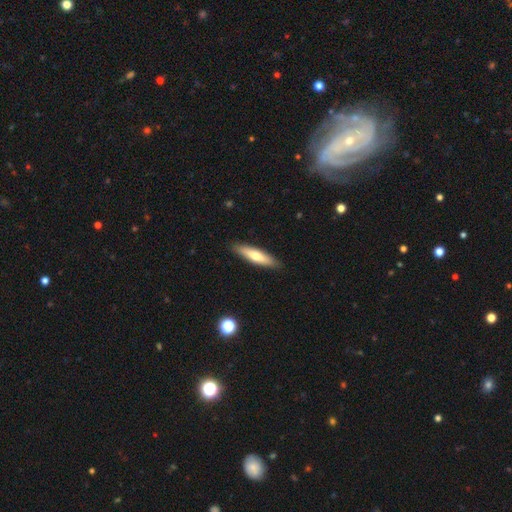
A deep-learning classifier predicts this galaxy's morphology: Smooth or featured: smooth — 63% (featured or disk — 31%)
How rounded: cigar-shaped — 77% (in between — 22%)
Merging: none — 88% (minor disturbance — 9%)